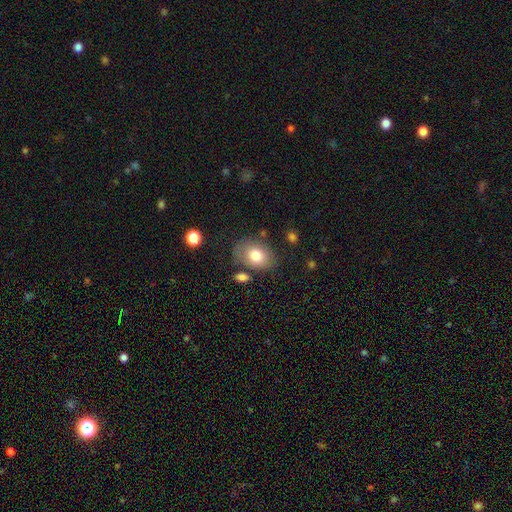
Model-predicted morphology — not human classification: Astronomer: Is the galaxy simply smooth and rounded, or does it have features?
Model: smooth — 78%.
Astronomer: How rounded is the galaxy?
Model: in between — 77%.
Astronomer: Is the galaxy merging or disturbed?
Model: none — 70%.